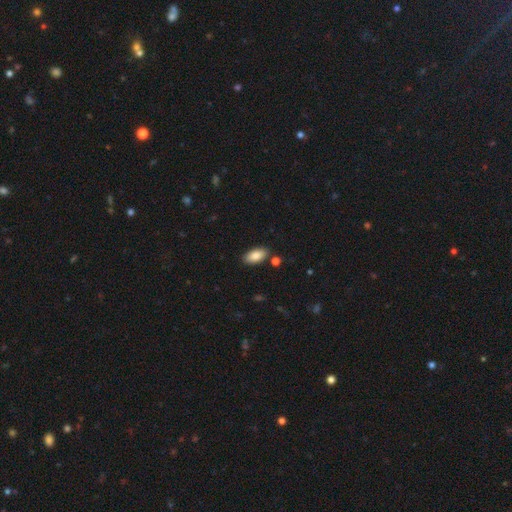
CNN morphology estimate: smooth 85%, featured or disk 8%, star or artifact 7%. Down the decision tree: how rounded — in between (93%); merging — none (84%).